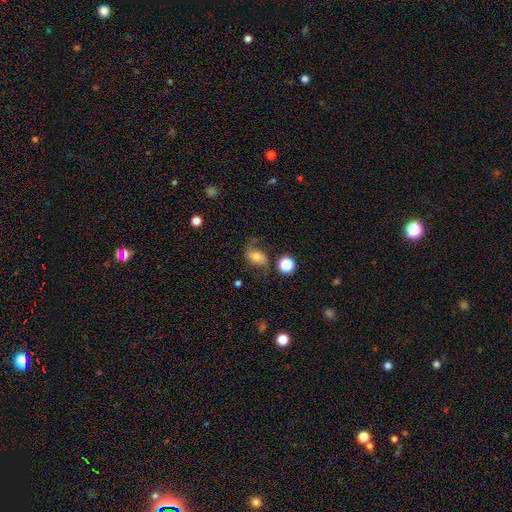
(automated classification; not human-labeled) Smooth or featured? Predicted: featured or disk (p=0.44). Merging? Predicted: none (p=0.61).